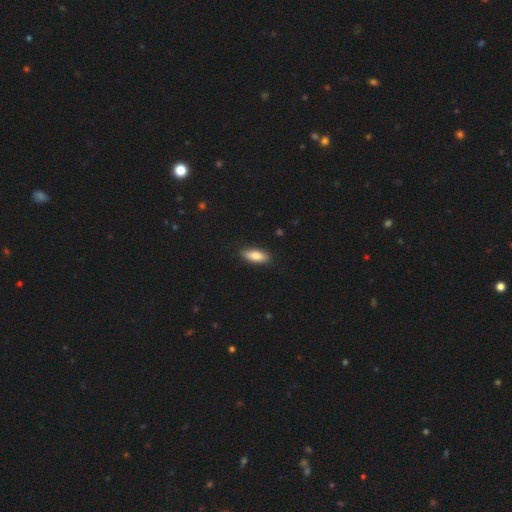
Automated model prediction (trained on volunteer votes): A smooth galaxy with no disk features (84%) that is in between round and cigar-shaped (79%). Merging: none (85%).